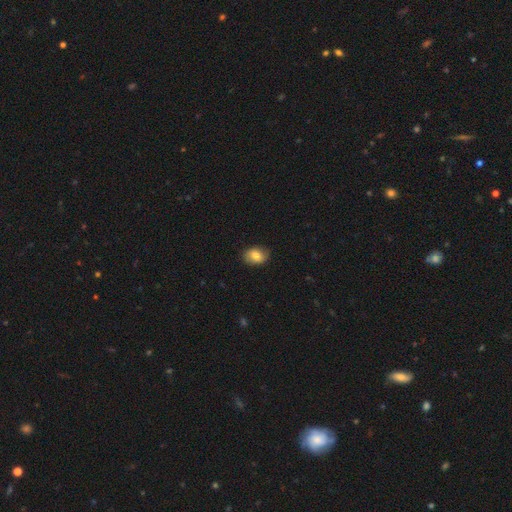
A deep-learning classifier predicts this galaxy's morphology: This is likely a smooth galaxy (80%). How rounded: likely in between (71%). Merging: clearly none (84%).